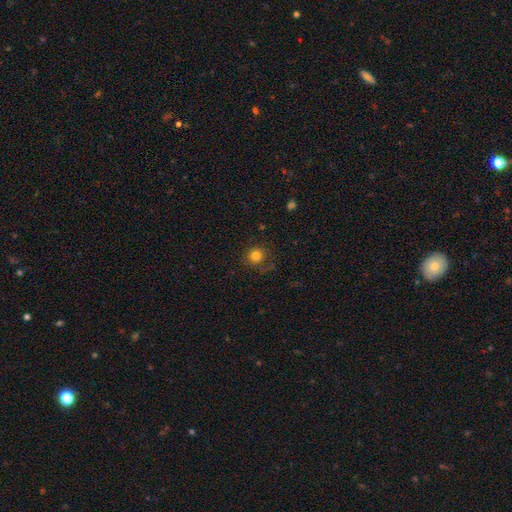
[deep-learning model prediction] smooth-or-featured: smooth: 78% | star or artifact: 12% | featured or disk: 10%
  how-rounded: round: 88% | in between: 11% | cigar-shaped: 1%
  merging: none: 69% | minor disturbance: 16% | major disturbance: 13% | merger: 2%